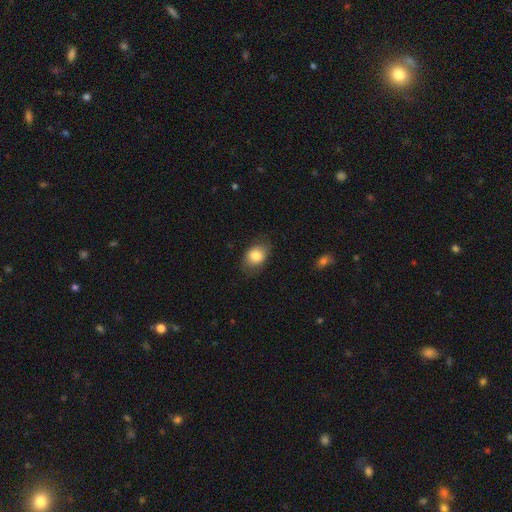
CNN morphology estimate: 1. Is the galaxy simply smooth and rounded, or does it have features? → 81% smooth, 11% featured or disk, 8% star or artifact.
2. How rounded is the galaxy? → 71% in between, 28% round, 1% cigar-shaped.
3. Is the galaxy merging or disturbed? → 74% none, 19% minor disturbance, 5% major disturbance, 1% merger.